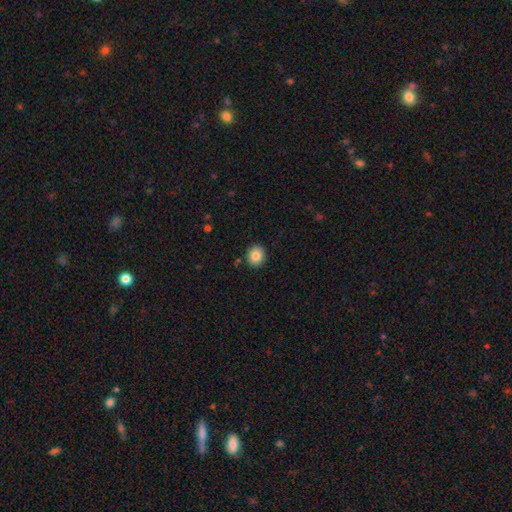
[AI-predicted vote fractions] Q: Smooth or featured?
A: smooth (86%); runner-up: star or artifact (9%)
Q: How rounded?
A: round (79%); runner-up: in between (20%)
Q: Merging?
A: none (90%); runner-up: minor disturbance (7%)